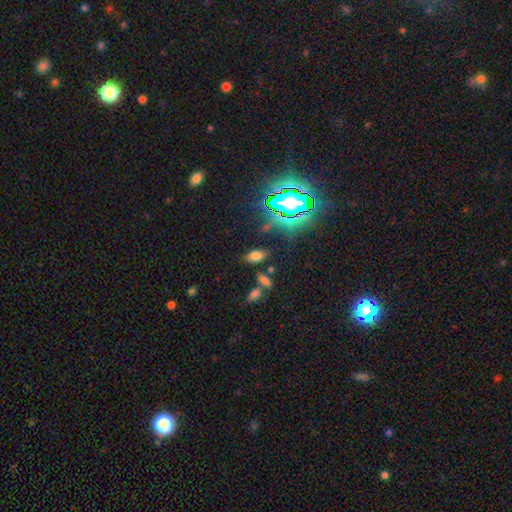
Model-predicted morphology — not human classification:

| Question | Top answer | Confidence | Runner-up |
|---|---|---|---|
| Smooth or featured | smooth | 67% | star or artifact (24%) |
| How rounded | in between | 89% | round (7%) |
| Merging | none | 77% | minor disturbance (11%) |